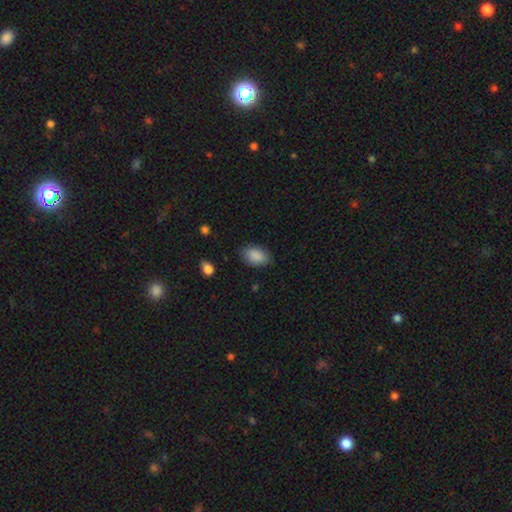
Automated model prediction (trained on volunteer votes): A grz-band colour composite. It shows a smooth galaxy with no disk features (89%) that is in between round and cigar-shaped (90%). Merging: none (80%).